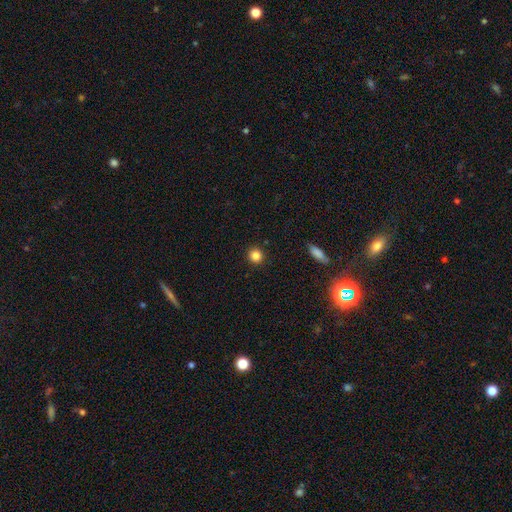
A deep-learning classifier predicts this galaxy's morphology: Smooth or featured? smooth (85%)
How rounded? round (93%)
Merging? none (92%)